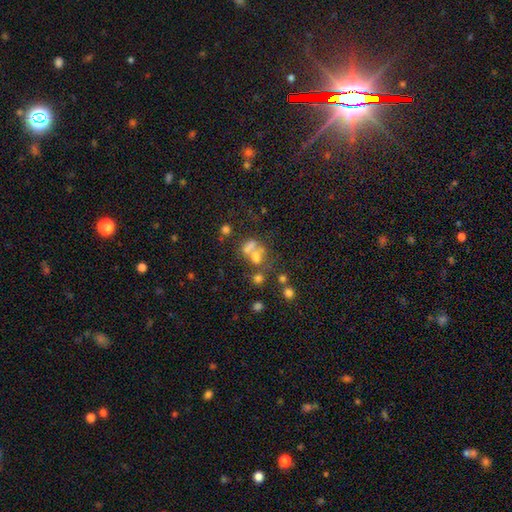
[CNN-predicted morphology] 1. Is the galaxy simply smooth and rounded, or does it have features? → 48% smooth, 27% star or artifact, 25% featured or disk.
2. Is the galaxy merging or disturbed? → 44% merger, 33% none, 12% major disturbance, 11% minor disturbance.